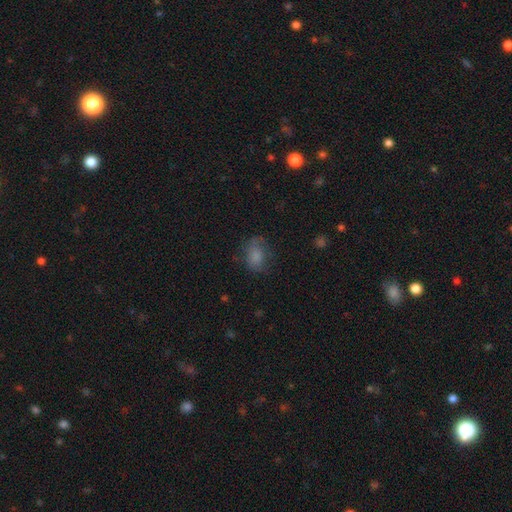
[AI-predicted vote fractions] Smooth or featured? Predicted: smooth (p=0.72). How rounded? Predicted: in between (p=0.69). Merging? Predicted: none (p=0.56).